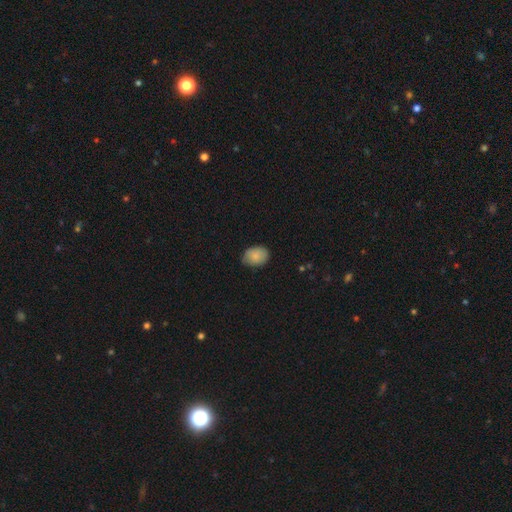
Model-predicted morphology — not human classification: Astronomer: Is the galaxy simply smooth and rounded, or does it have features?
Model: smooth — 85%.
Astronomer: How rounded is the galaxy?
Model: in between — 72%.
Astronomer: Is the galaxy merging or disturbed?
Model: none — 75%.